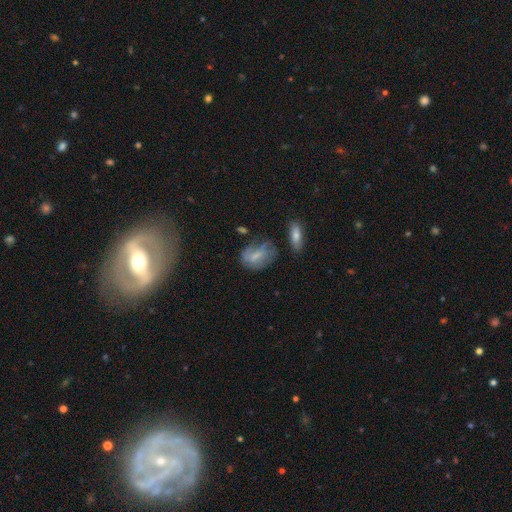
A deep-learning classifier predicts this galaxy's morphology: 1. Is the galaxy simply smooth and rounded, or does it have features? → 51% smooth, 39% featured or disk, 10% star or artifact.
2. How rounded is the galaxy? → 75% in between, 21% round, 3% cigar-shaped.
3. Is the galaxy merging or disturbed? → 44% none, 29% minor disturbance, 22% major disturbance, 6% merger.